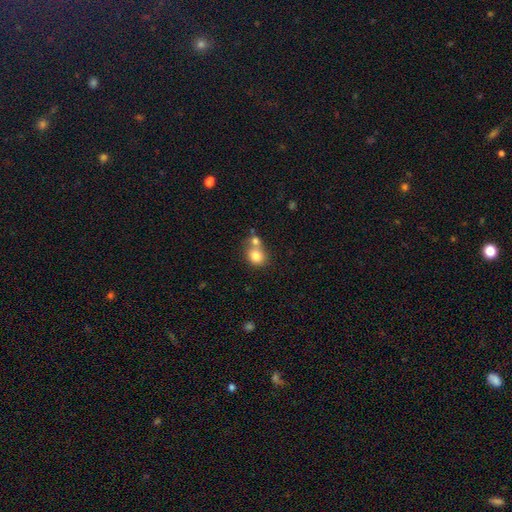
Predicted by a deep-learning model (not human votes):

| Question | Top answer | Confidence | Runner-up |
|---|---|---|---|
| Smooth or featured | smooth | 79% | featured or disk (11%) |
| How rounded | round | 71% | in between (28%) |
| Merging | merger | 47% | none (41%) |